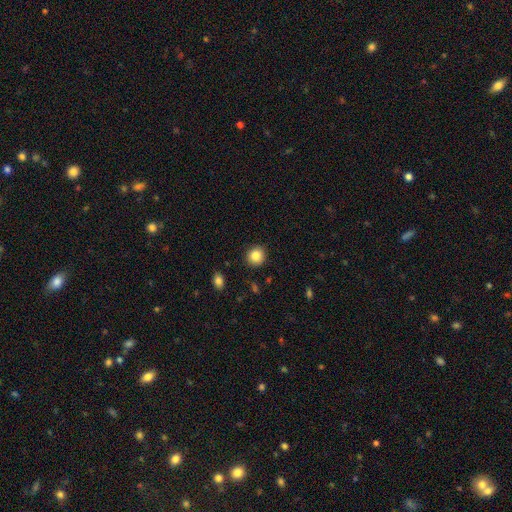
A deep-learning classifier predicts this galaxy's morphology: A smooth galaxy with no disk features (85%) that is round (88%).

Vote fractions:
- Smooth or featured? smooth: 85% / star or artifact: 10% / featured or disk: 6%
- How rounded? round: 88% / in between: 11% / cigar-shaped: 1%
- Merging? none: 90% / minor disturbance: 7% / major disturbance: 2% / merger: 1%